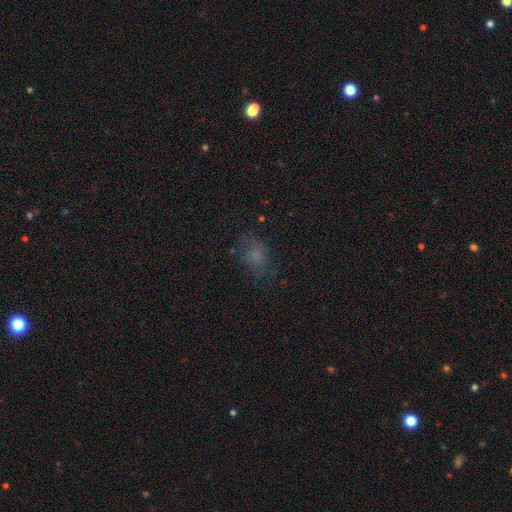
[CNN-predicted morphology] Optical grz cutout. It shows a smooth galaxy with no disk features (65%) that is in between round and cigar-shaped (62%). Merging: none (65%).